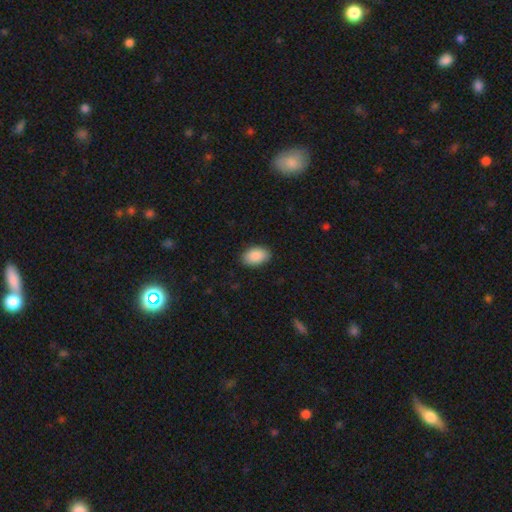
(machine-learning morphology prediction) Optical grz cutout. It shows a smooth galaxy with no disk features (90%) that is in between round and cigar-shaped (92%). Merging: none (88%).